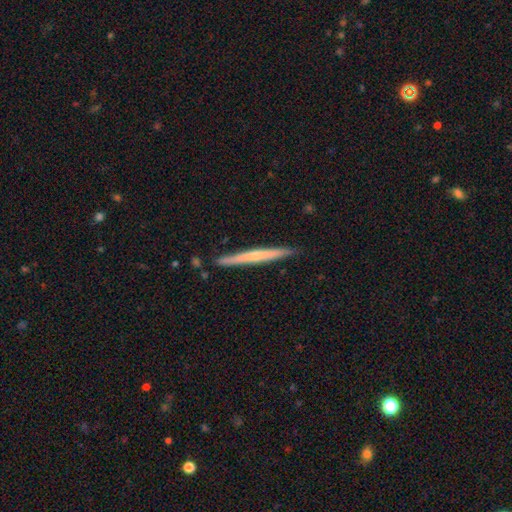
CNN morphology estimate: smooth_or_featured: featured or disk (p=0.51) [alt: smooth p=0.43]
disk_edge_on: yes (p=0.97) [alt: no p=0.03]
merging: none (p=0.88) [alt: minor disturbance p=0.09]